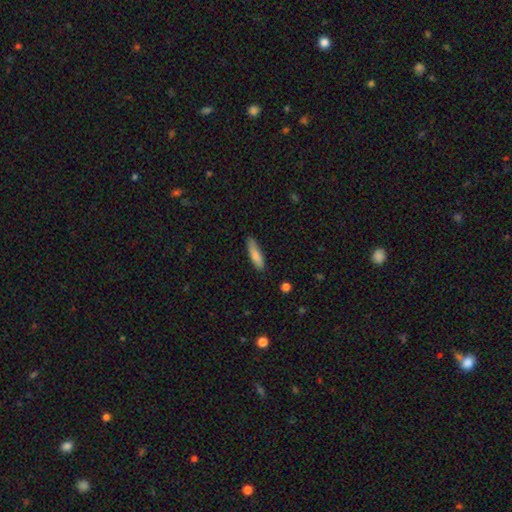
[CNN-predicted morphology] Q: Smooth or featured?
A: smooth (83%); runner-up: featured or disk (11%)
Q: How rounded?
A: cigar-shaped (71%); runner-up: in between (27%)
Q: Merging?
A: none (79%); runner-up: minor disturbance (16%)